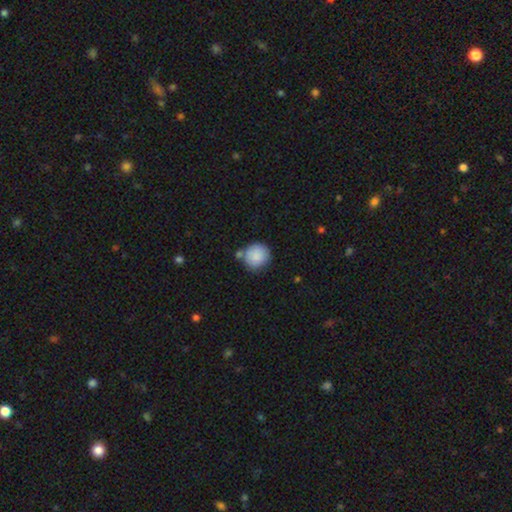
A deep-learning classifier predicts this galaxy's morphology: smooth_or_featured: smooth (p=0.87) [alt: star or artifact p=0.07]
how_rounded: round (p=0.89) [alt: in between p=0.10]
merging: none (p=0.65) [alt: minor disturbance p=0.17]